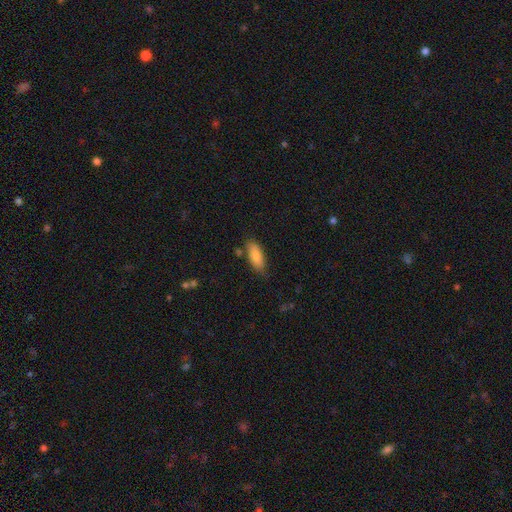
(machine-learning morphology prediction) A smooth galaxy with no disk features (84%) that is in between round and cigar-shaped (79%). Merging: none (73%).